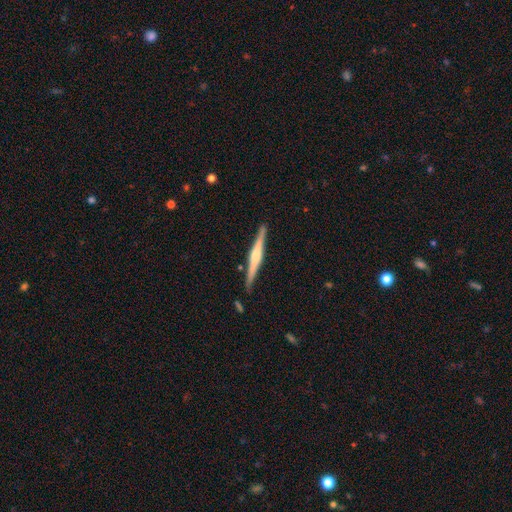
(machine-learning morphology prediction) The model was most divided on "edge-on bulge": rounded: 67%, boxy: 22%, none: 12%. More confident: edge-on disk — yes (98%); merging — none (89%); smooth or featured — featured or disk (71%).